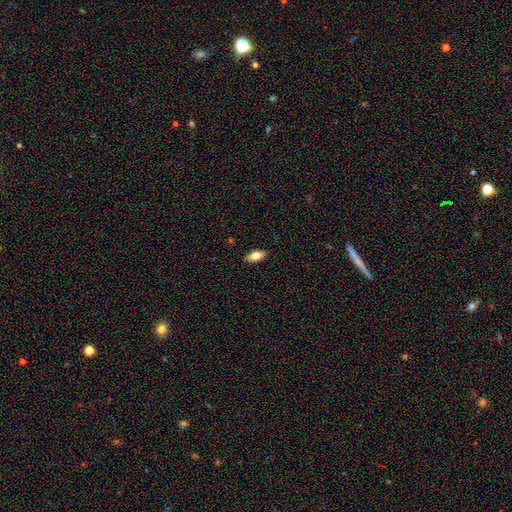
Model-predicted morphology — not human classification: A smooth galaxy with no disk features (71%) that is in between round and cigar-shaped (85%). Merging: none (89%).